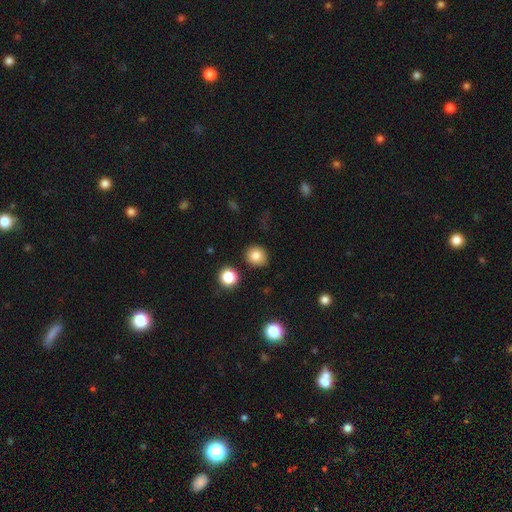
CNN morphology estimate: smooth-or-featured: smooth: 82% | star or artifact: 11% | featured or disk: 7%
  how-rounded: round: 81% | in between: 19% | cigar-shaped: 1%
  merging: none: 86% | minor disturbance: 8% | merger: 3% | major disturbance: 2%